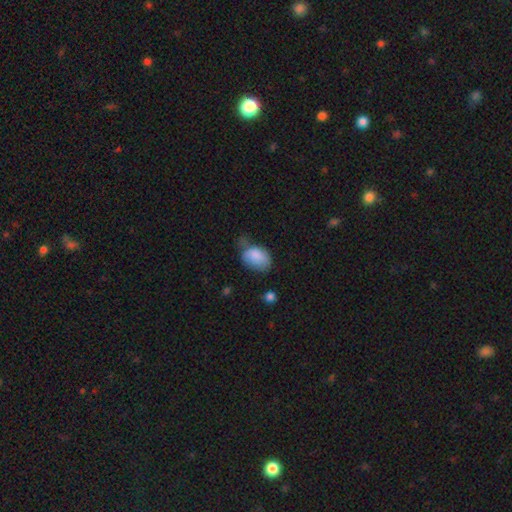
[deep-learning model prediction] The model was most divided on "merging": minor disturbance: 39%, none: 38%, major disturbance: 17%, merger: 6%. More confident: smooth or featured — smooth (84%); how rounded — in between (82%).